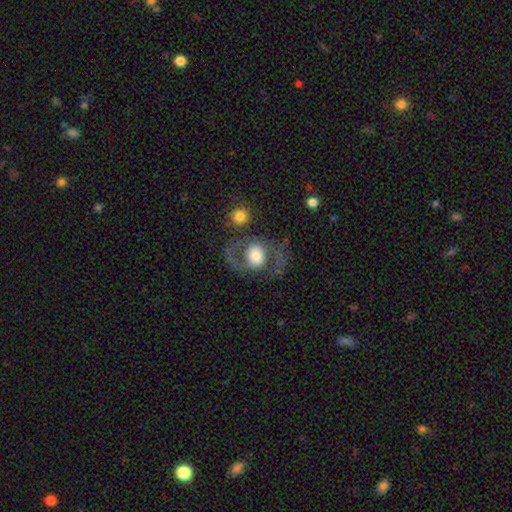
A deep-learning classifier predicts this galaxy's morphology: Smooth or featured?
  - featured or disk: 59% *
  - smooth: 35%
  - star or artifact: 7%
Edge-on disk?
  - no: 95% *
  - yes: 5%
Bar?
  - no: 73% *
  - weak: 21%
  - strong: 7%
Spiral arms?
  - yes: 63% *
  - no: 37%
Bulge size?
  - large: 43% *
  - moderate: 38%
  - small: 8%
  - dominant: 8%
  - none: 2%
Merging?
  - none: 50% *
  - major disturbance: 26%
  - minor disturbance: 17%
  - merger: 7%